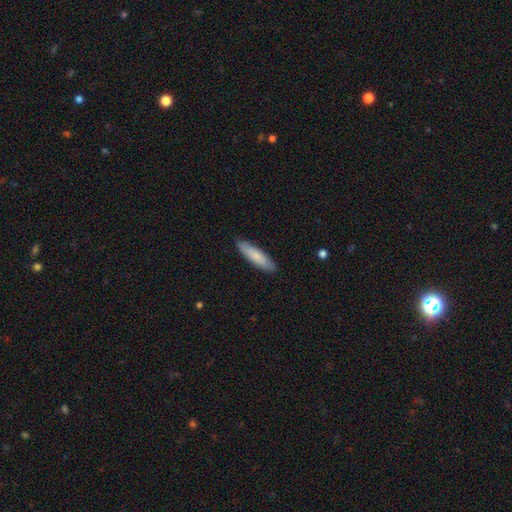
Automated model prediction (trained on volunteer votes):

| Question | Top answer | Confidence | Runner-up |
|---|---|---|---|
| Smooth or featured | smooth | 82% | featured or disk (13%) |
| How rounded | cigar-shaped | 76% | in between (23%) |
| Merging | none | 89% | minor disturbance (8%) |